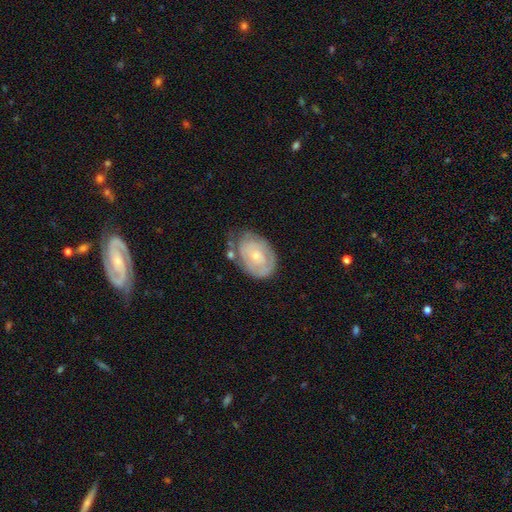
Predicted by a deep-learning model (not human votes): smooth-or-featured: featured or disk: 63% | smooth: 31% | star or artifact: 6%
  disk-edge-on: no: 96% | yes: 4%
    bar: no: 80% | weak: 17% | strong: 3%
    has-spiral-arms: yes: 67% | no: 33%
    bulge-size: small: 69% | moderate: 27% | none: 2% | large: 2% | dominant: 1%
  merging: none: 55% | minor disturbance: 28% | major disturbance: 11% | merger: 6%